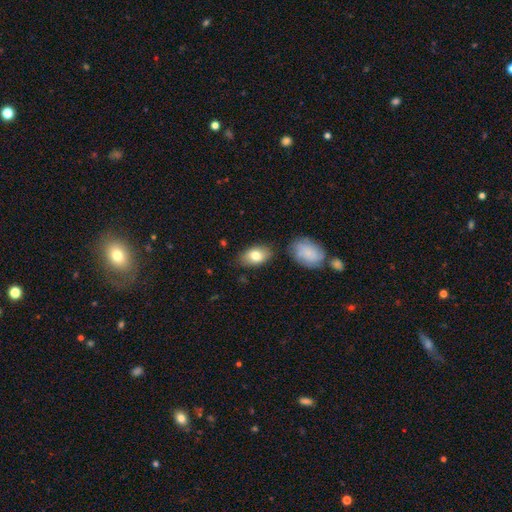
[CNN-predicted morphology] This is likely a smooth galaxy (79%). How rounded: clearly in between (89%). Merging: likely none (76%).